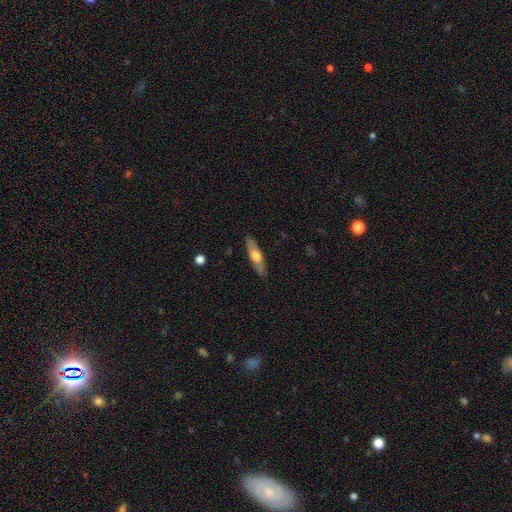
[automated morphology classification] Smooth or featured? Predicted: smooth (p=0.51). How rounded? Predicted: cigar-shaped (p=0.69). Merging? Predicted: none (p=0.85).